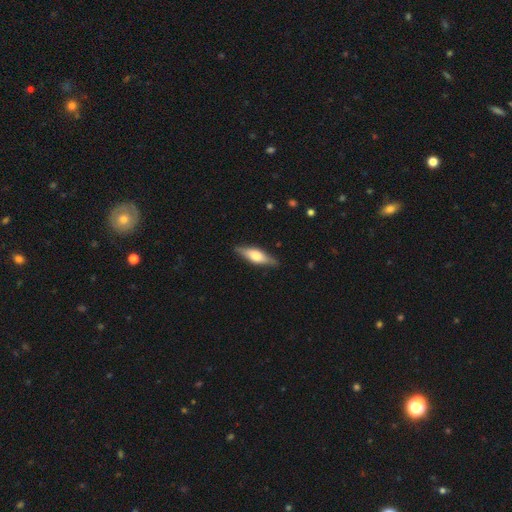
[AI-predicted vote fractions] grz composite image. It shows a featured or disk galaxy (49%). Merging: none (87%).